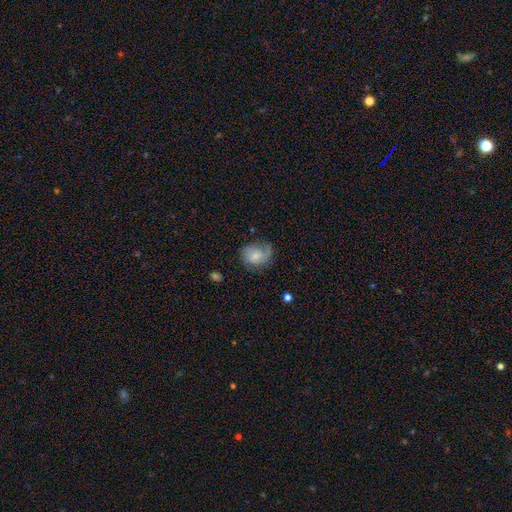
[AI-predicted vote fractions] Smooth or featured? Predicted: smooth (p=0.51). How rounded? Predicted: round (p=0.51). Merging? Predicted: none (p=0.46).